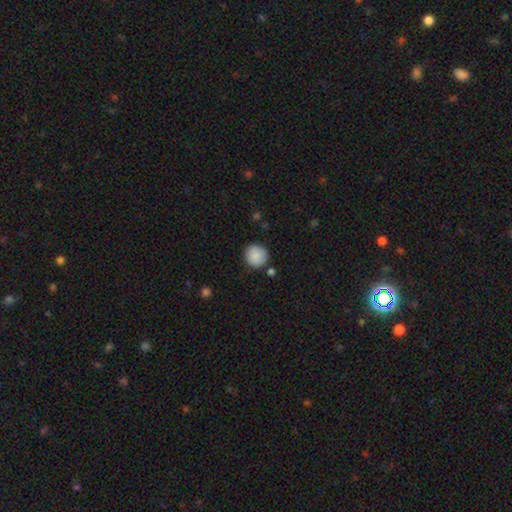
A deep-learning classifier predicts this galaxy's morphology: type=smooth (89%); roundness=round (94%); merging=none (86%).